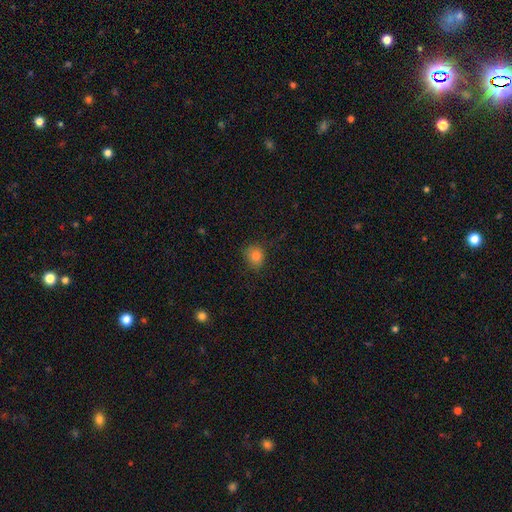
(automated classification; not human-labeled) smooth-or-featured: smooth: 81% | star or artifact: 12% | featured or disk: 7%
  how-rounded: round: 77% | in between: 22% | cigar-shaped: 1%
  merging: none: 81% | minor disturbance: 14% | major disturbance: 3% | merger: 1%